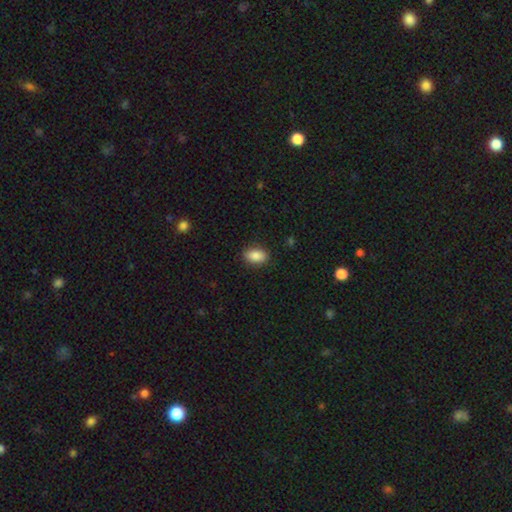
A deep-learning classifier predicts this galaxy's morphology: smooth 86%, star or artifact 8%, featured or disk 6%. Down the decision tree: how rounded — in between (87%); merging — none (87%).